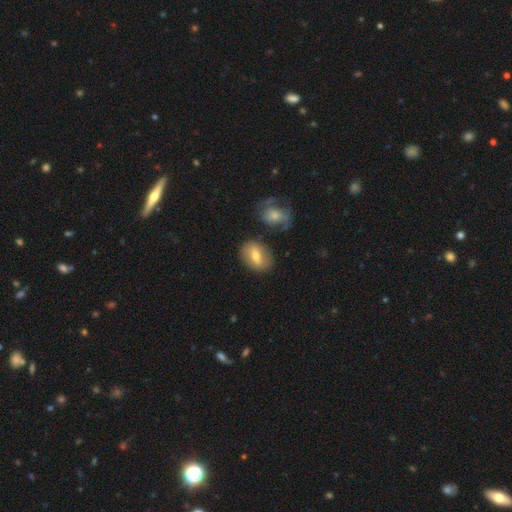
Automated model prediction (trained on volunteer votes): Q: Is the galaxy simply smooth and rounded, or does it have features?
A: smooth — 57%.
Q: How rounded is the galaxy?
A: in between — 70%.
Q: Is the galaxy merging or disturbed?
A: none — 77%.